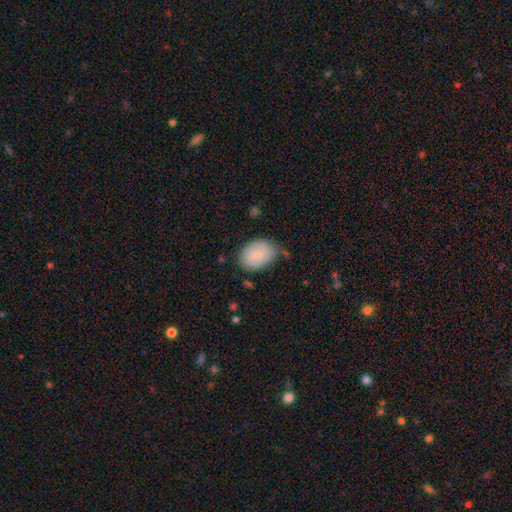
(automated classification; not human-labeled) Smooth or featured?
  - smooth: 76% *
  - featured or disk: 17%
  - star or artifact: 7%
How rounded?
  - in between: 76% *
  - round: 23%
  - cigar-shaped: 1%
Merging?
  - none: 59% *
  - minor disturbance: 29%
  - major disturbance: 7%
  - merger: 5%